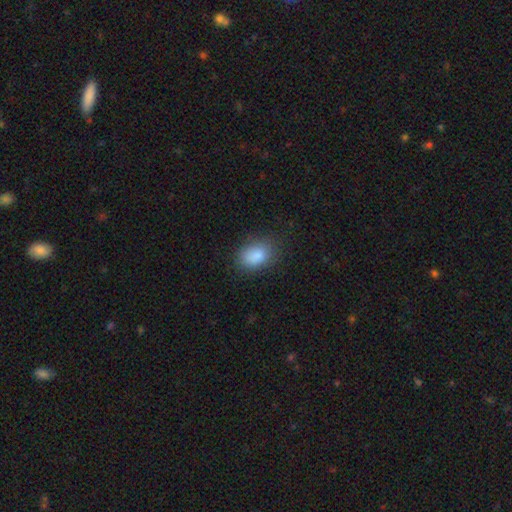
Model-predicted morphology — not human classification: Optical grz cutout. It shows a smooth galaxy with no disk features (86%) that is in between round and cigar-shaped (84%). Merging: none (78%).